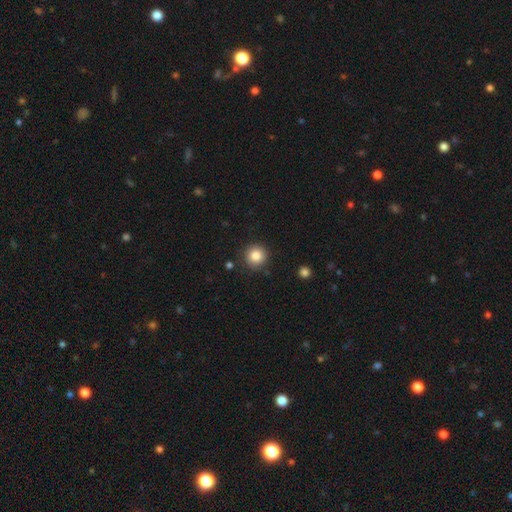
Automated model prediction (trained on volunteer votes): Smooth or featured? Predicted: smooth (p=0.84). How rounded? Predicted: round (p=0.94). Merging? Predicted: none (p=0.88).